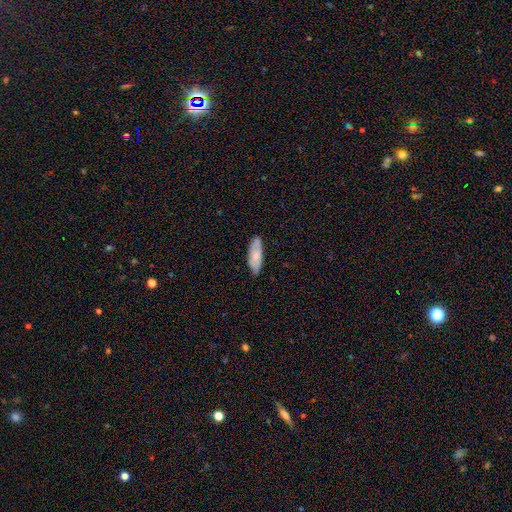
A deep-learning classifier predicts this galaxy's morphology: smooth_or_featured: smooth (p=0.75) [alt: featured or disk p=0.19]
how_rounded: in between (p=0.65) [alt: cigar-shaped p=0.33]
merging: none (p=0.82) [alt: minor disturbance p=0.14]